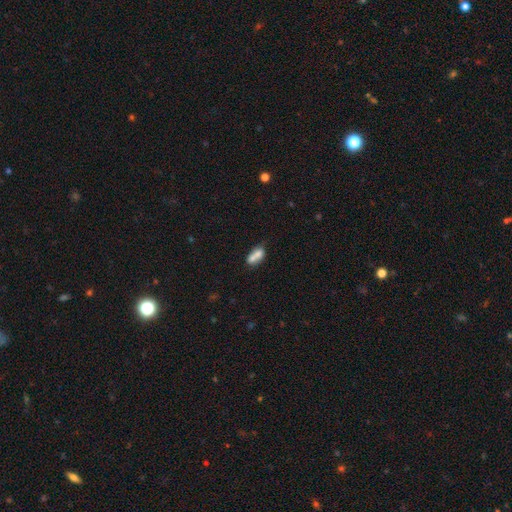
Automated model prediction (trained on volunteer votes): Q: Smooth or featured?
A: smooth (70%); runner-up: featured or disk (21%)
Q: How rounded?
A: in between (76%); runner-up: round (15%)
Q: Merging?
A: merger (56%); runner-up: none (27%)